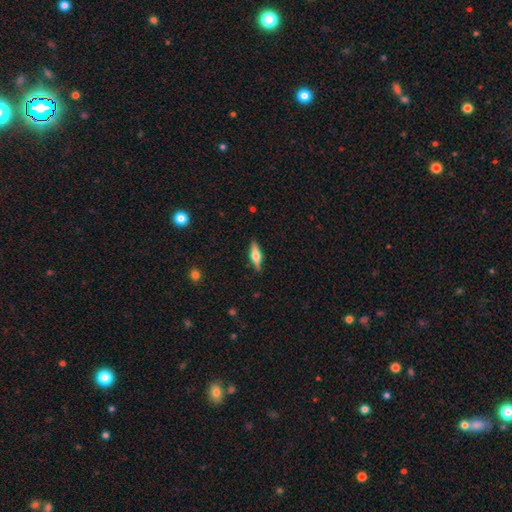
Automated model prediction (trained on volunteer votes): smooth-or-featured: featured or disk: 53% | smooth: 40% | star or artifact: 6%
  disk-edge-on: yes: 94% | no: 6%
    edge-on-bulge: rounded: 90% | boxy: 7% | none: 2%
  merging: none: 87% | minor disturbance: 10% | major disturbance: 2% | merger: 1%